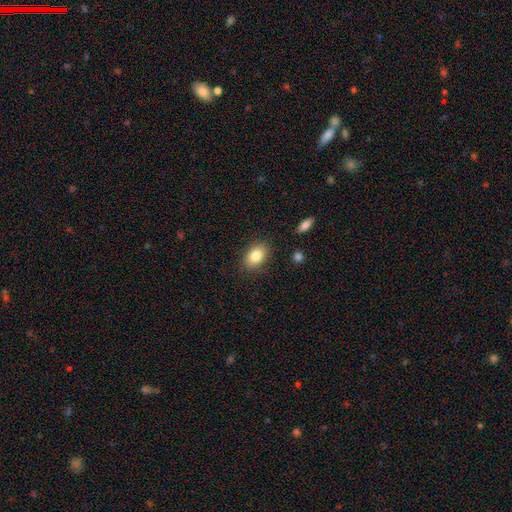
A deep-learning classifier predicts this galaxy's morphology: A smooth galaxy with no disk features (84%) that is in between round and cigar-shaped (81%). Merging: none (84%).